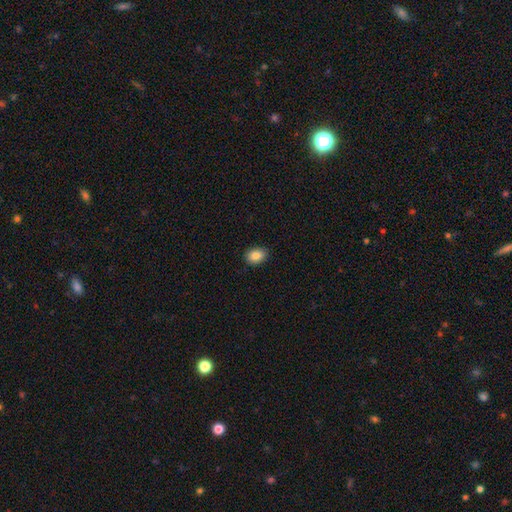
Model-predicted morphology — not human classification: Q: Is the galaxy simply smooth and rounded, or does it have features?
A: smooth — 87%.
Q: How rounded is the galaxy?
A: in between — 73%.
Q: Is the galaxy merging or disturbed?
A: none — 88%.